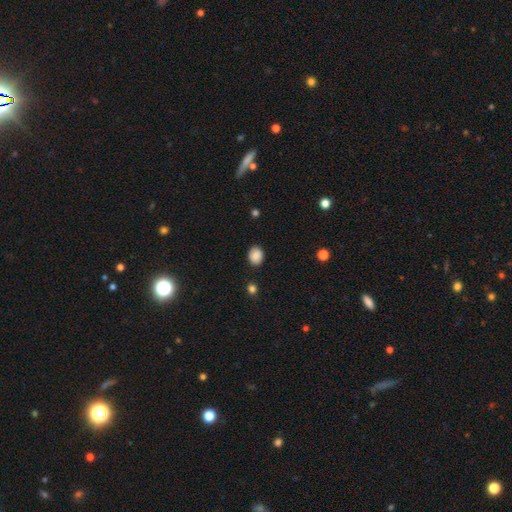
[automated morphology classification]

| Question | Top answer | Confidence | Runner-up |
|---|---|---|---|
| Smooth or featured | smooth | 87% | star or artifact (9%) |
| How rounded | round | 51% | in between (48%) |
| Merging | none | 86% | minor disturbance (10%) |